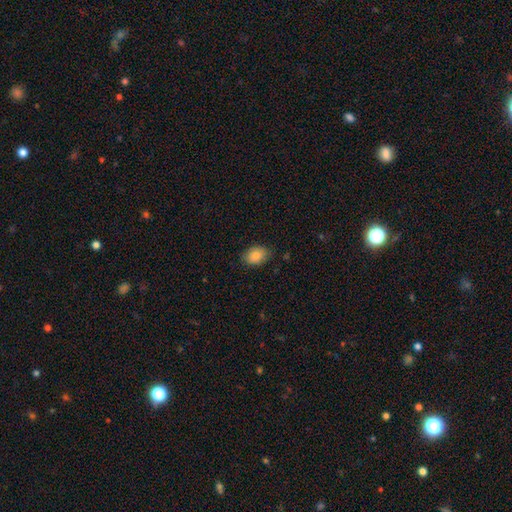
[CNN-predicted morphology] Smooth or featured: smooth — 84% (featured or disk — 9%)
How rounded: in between — 74% (round — 25%)
Merging: none — 78% (minor disturbance — 18%)